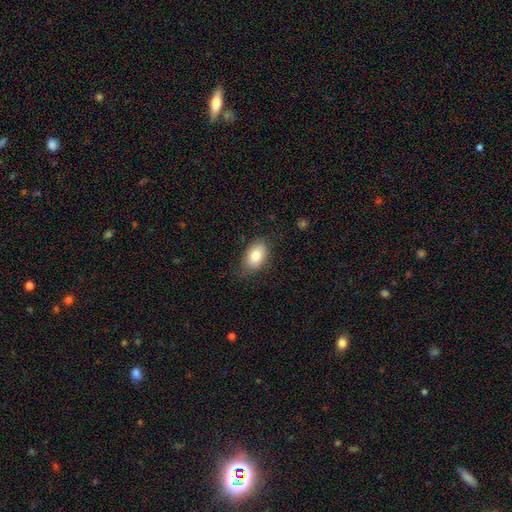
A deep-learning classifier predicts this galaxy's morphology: smooth 81%, featured or disk 11%, star or artifact 7%. Down the decision tree: how rounded — in between (90%); merging — none (76%).